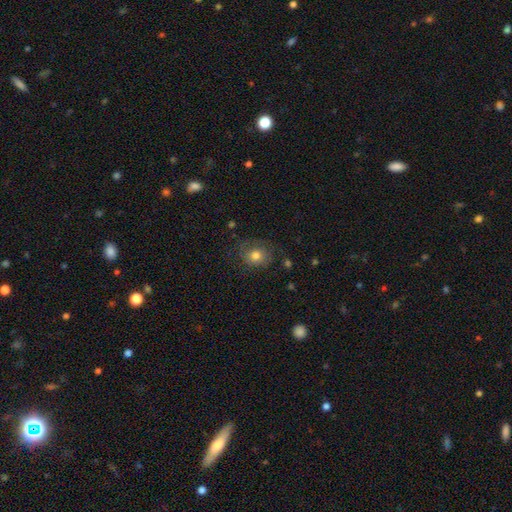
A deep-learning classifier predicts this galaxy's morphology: smooth_or_featured: smooth (p=0.65) [alt: featured or disk p=0.25]
how_rounded: round (p=0.67) [alt: in between p=0.32]
merging: none (p=0.68) [alt: minor disturbance p=0.20]